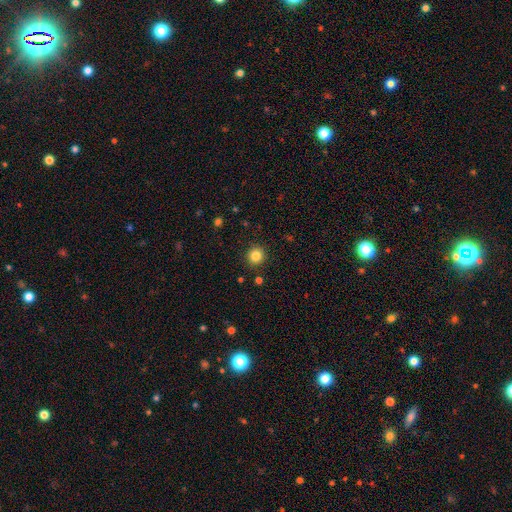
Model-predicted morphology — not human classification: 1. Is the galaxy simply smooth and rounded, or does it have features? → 84% smooth, 11% star or artifact, 5% featured or disk.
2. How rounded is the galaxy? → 92% round, 7% in between, 1% cigar-shaped.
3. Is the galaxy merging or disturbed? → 91% none, 6% minor disturbance, 2% major disturbance, 2% merger.